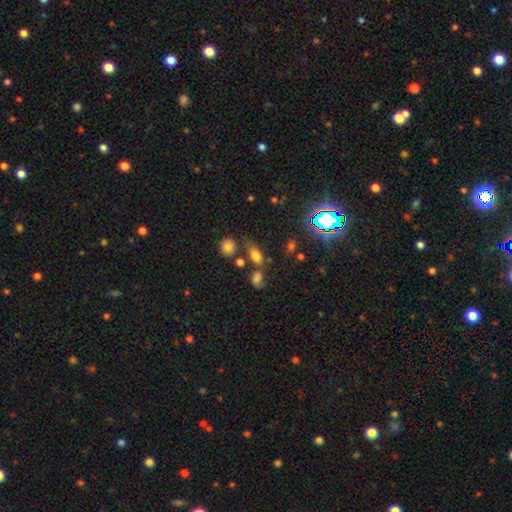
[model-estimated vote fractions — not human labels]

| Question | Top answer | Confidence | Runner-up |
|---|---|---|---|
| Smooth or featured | smooth | 70% | star or artifact (18%) |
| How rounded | in between | 80% | round (13%) |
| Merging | none | 55% | minor disturbance (19%) |